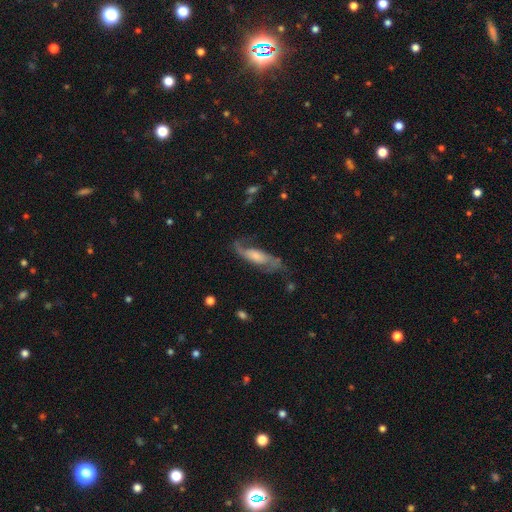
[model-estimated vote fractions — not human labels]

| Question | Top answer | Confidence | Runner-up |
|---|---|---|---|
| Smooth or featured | featured or disk | 79% | smooth (14%) |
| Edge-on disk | no | 86% | yes (14%) |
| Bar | no | 50% | weak (35%) |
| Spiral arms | yes | 94% | no (6%) |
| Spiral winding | loose | 47% | medium (40%) |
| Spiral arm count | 2 | 88% | can't tell (5%) |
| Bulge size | moderate | 35% | small (28%) |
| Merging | none | 68% | minor disturbance (18%) |